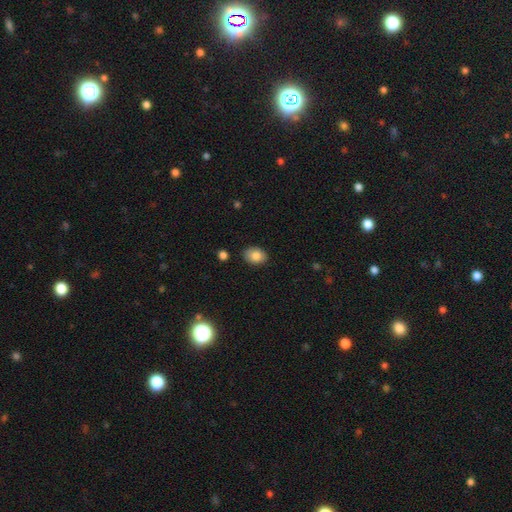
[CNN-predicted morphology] A smooth galaxy with no disk features (83%) that is in between round and cigar-shaped (73%). Merging: none (87%).